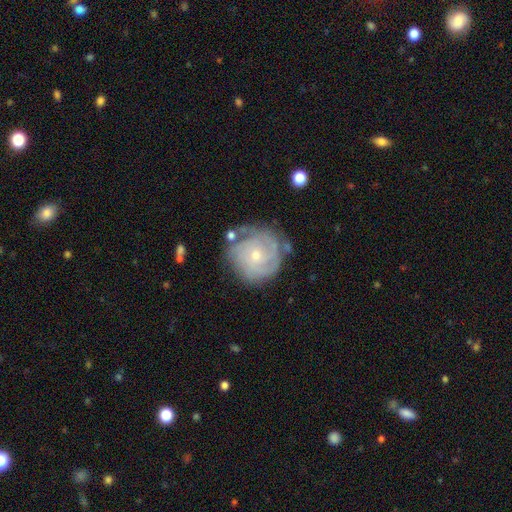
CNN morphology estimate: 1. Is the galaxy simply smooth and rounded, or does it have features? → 72% featured or disk, 21% smooth, 7% star or artifact.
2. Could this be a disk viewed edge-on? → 98% no, 2% yes.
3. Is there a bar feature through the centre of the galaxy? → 78% no, 19% weak, 3% strong.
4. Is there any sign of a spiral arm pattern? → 87% yes, 13% no.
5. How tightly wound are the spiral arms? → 68% tight, 24% medium, 7% loose.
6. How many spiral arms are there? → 42% can't tell, 21% 3, 15% 2, 12% 4, 5% 1, 5% more than 4.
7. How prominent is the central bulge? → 61% small, 36% moderate, 1% large, 1% none, 1% dominant.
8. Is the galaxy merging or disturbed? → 67% none, 20% minor disturbance, 8% major disturbance, 4% merger.